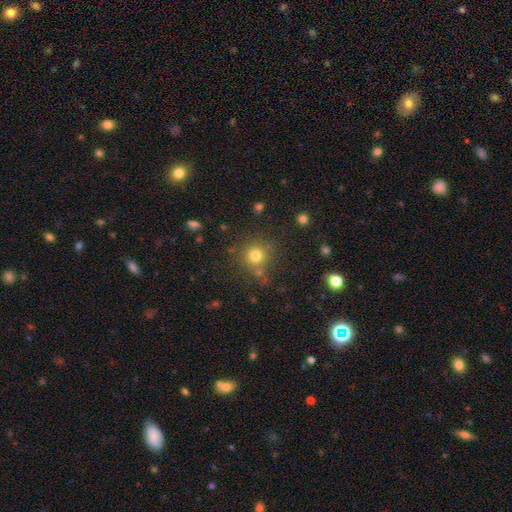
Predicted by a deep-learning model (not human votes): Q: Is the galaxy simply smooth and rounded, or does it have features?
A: smooth — 76%.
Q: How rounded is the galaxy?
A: round — 92%.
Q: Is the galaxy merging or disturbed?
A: none — 76%.